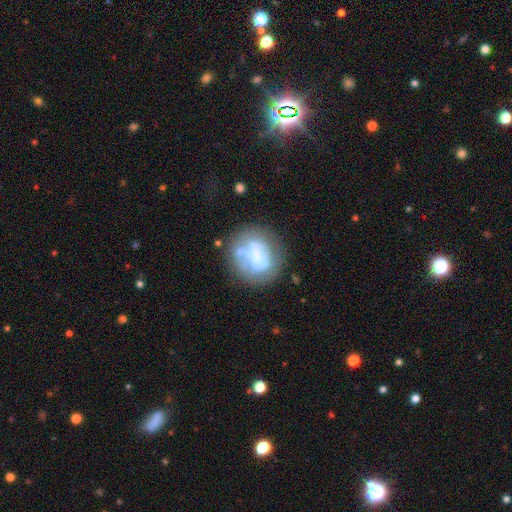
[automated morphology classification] Overall: featured or disk (53%; smooth 37%). Edge-on disk: no (97%). Bar: no (48%; weak 27%). Spiral arms: no (61%; yes 39%). Bulge size: none (49%; small 23%). Merging: none (54%; minor disturbance 21%).